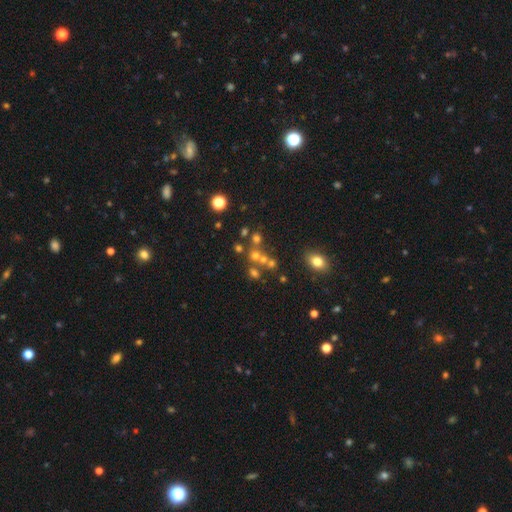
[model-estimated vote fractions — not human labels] smooth 47%, star or artifact 30%, featured or disk 22%. Down the decision tree: merging — none (47%).